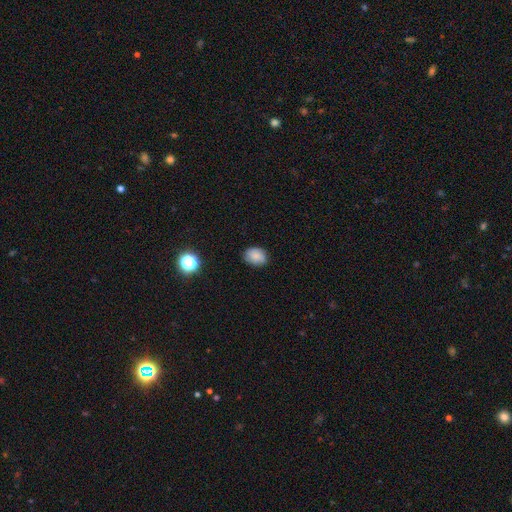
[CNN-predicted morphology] smooth 80%, star or artifact 10%, featured or disk 10%. Down the decision tree: how rounded — in between (67%); merging — none (77%).